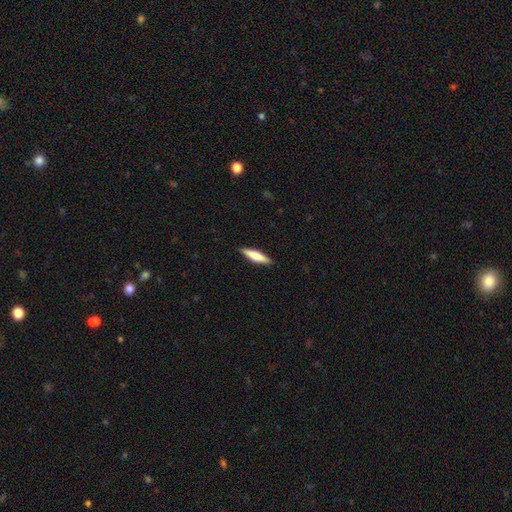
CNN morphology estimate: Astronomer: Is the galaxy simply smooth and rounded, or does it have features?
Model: smooth — 63%.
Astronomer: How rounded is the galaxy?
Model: cigar-shaped — 76%.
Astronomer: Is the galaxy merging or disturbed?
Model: none — 90%.